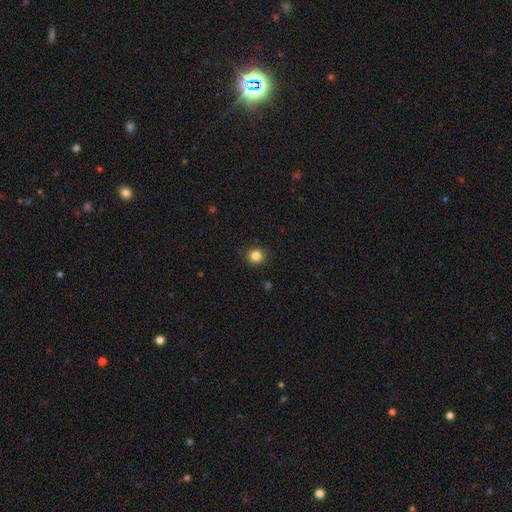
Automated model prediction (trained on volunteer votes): A smooth galaxy with no disk features (84%) that is round (88%). Merging: none (91%).